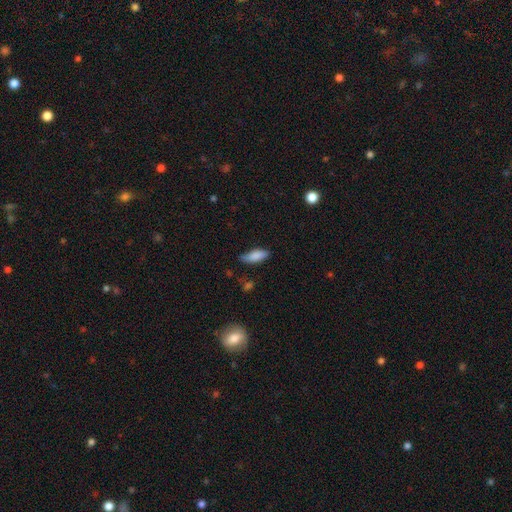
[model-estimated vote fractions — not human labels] Overall: smooth (85%). How rounded: in between (68%; cigar-shaped 30%). Merging: none (72%).